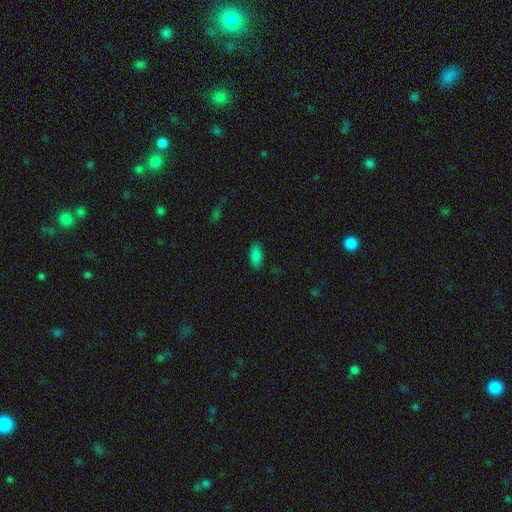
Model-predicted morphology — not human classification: smooth_or_featured: smooth (p=0.85) [alt: star or artifact p=0.10]
how_rounded: in between (p=0.86) [alt: cigar-shaped p=0.12]
merging: none (p=0.87) [alt: minor disturbance p=0.10]